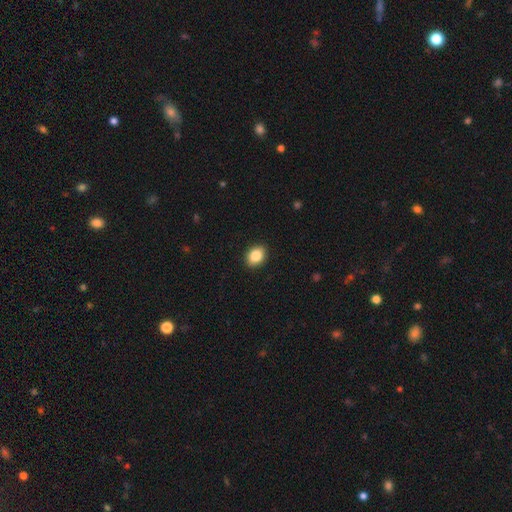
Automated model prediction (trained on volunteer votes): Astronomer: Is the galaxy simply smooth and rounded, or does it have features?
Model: smooth — 87%.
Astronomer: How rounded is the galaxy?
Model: in between — 72%.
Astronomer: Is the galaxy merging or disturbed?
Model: none — 91%.